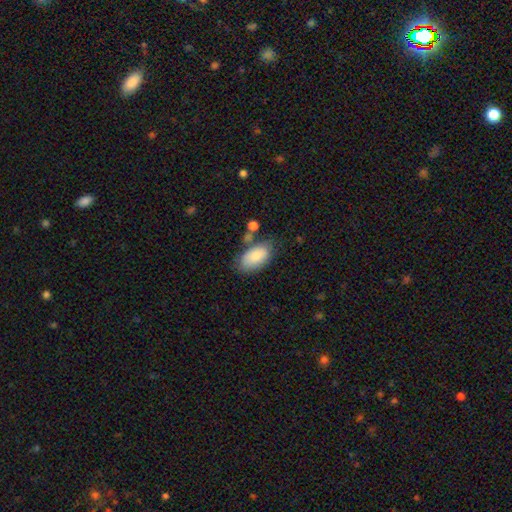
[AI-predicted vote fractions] smooth-or-featured: smooth: 83% | featured or disk: 10% | star or artifact: 6%
  how-rounded: in between: 94% | round: 3% | cigar-shaped: 3%
  merging: none: 64% | minor disturbance: 21% | merger: 10% | major disturbance: 6%